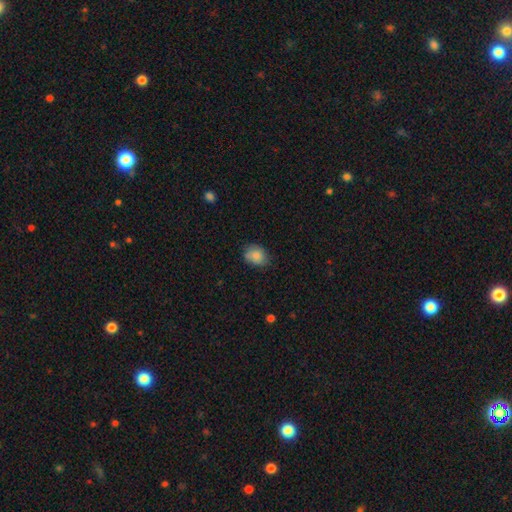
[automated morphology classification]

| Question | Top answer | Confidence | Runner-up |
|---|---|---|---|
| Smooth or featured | smooth | 84% | featured or disk (8%) |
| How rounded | in between | 58% | round (41%) |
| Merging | none | 69% | minor disturbance (25%) |